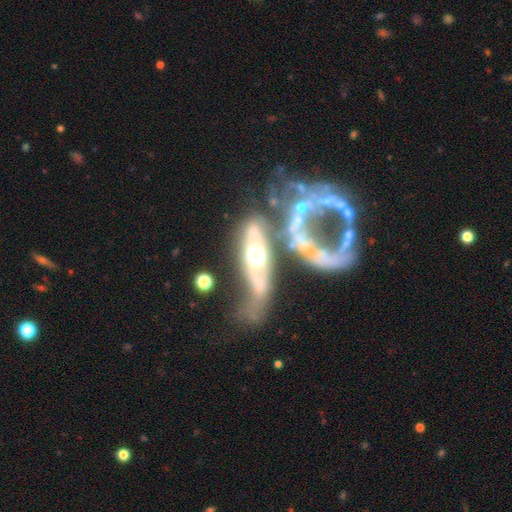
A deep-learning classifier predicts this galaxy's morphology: Smooth or featured: featured or disk — 74% (smooth — 18%)
Edge-on disk: no — 77% (yes — 23%)
Bar: no — 73% (weak — 15%)
Spiral arms: no — 62% (yes — 38%)
Bulge size: moderate — 60% (large — 22%)
Merging: major disturbance — 31% (merger — 29%)